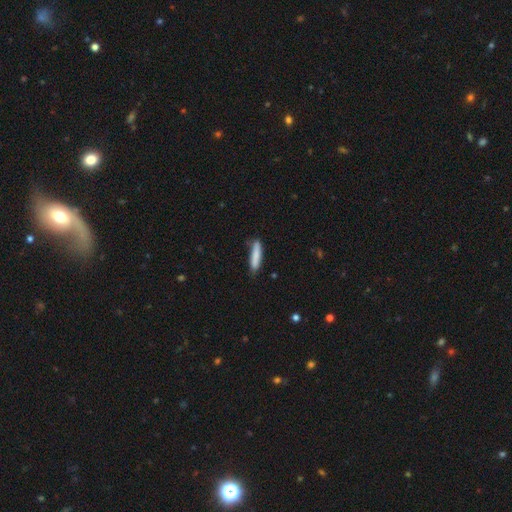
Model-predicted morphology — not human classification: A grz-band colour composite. It shows a smooth galaxy with no disk features (84%) that is cigar-shaped (84%). Merging: none (77%).